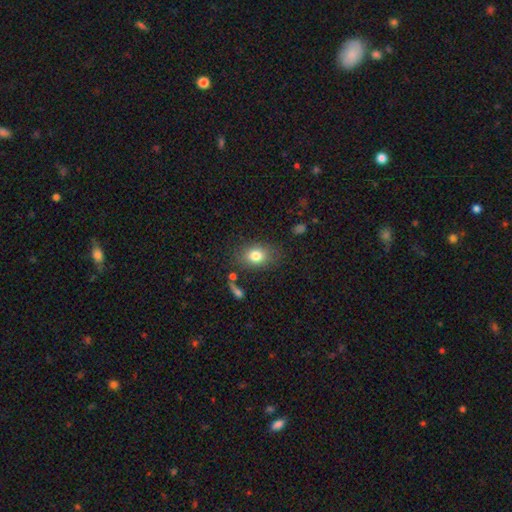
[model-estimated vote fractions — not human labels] This appears to be a smooth galaxy with no disk features (80%) that is in between round and cigar-shaped (71%). Merging: none (76%).